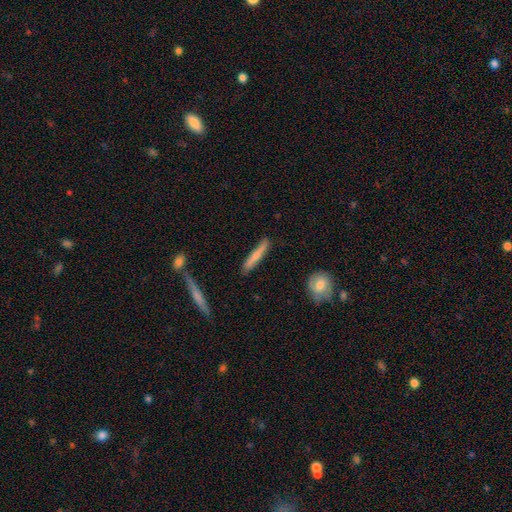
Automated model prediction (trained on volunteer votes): Overall: smooth (59%; featured or disk 35%). How rounded: cigar-shaped (93%). Merging: none (86%).